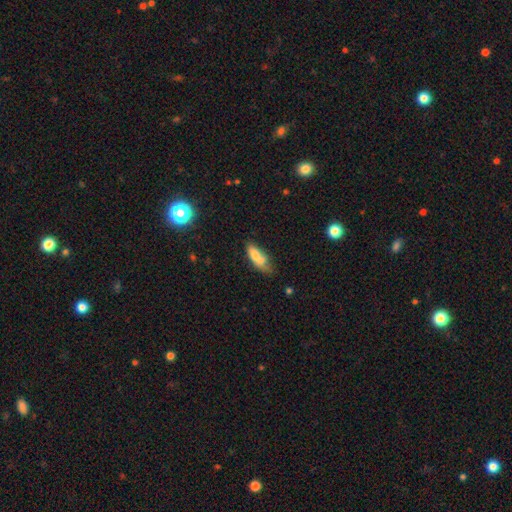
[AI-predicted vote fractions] A smooth galaxy with no disk features (69%) that is in between round and cigar-shaped (67%).

Vote fractions:
- Smooth or featured? smooth: 69% / featured or disk: 21% / star or artifact: 10%
- How rounded? in between: 67% / cigar-shaped: 29% / round: 4%
- Merging? none: 36% / merger: 31% / minor disturbance: 22% / major disturbance: 11%